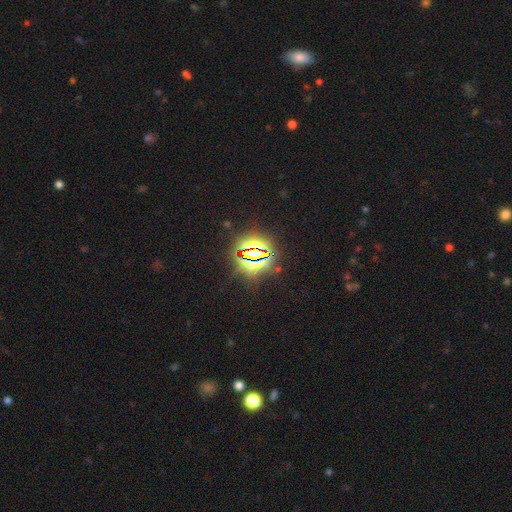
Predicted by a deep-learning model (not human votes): This appears to be a star or artifact, not a galaxy (80%).